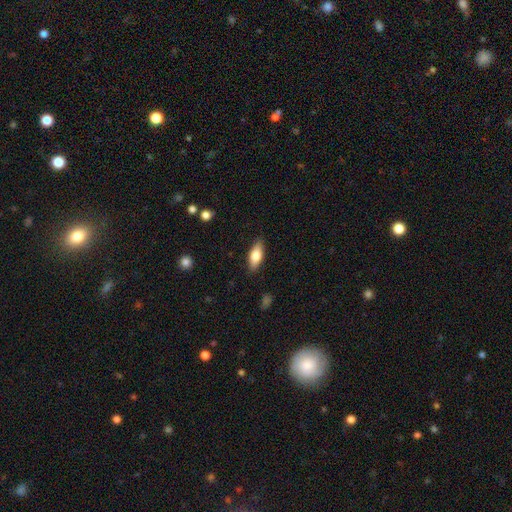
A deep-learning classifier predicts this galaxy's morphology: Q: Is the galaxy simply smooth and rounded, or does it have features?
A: smooth — 69%.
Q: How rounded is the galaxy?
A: in between — 73%.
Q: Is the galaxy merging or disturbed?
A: none — 86%.